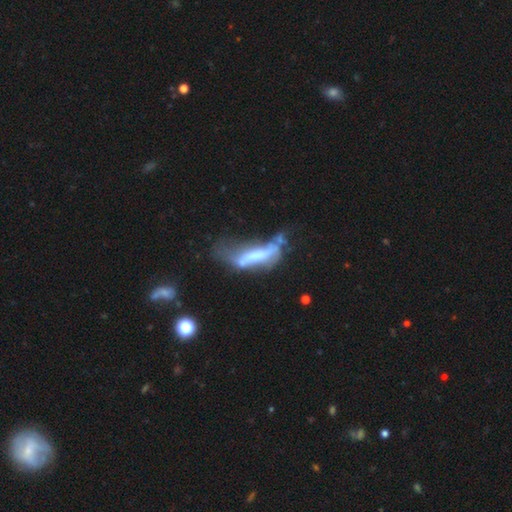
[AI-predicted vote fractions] Overall: featured or disk (51%; smooth 39%). Edge-on disk: no (71%). Merging: major disturbance (37%; merger 24%).